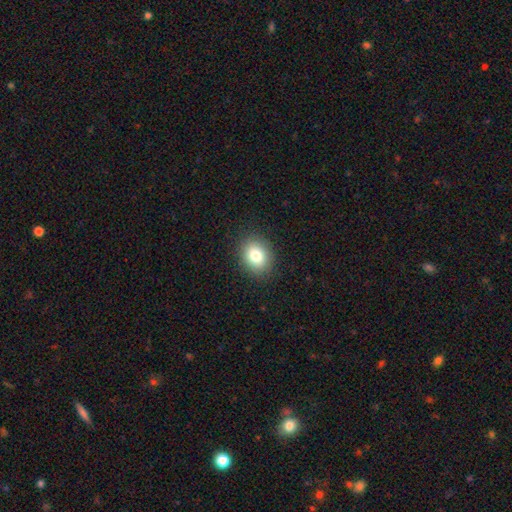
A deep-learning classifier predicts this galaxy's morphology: Overall: smooth (80%). How rounded: round (52%; in between 47%). Merging: none (89%).